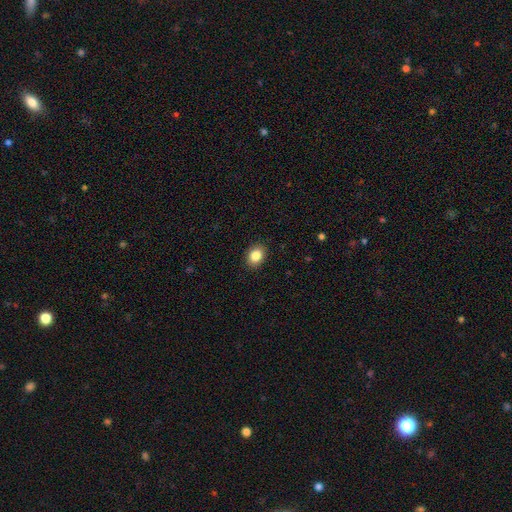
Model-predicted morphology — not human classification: Smooth or featured: smooth — 86% (star or artifact — 9%)
How rounded: in between — 59% (round — 40%)
Merging: none — 90% (minor disturbance — 8%)